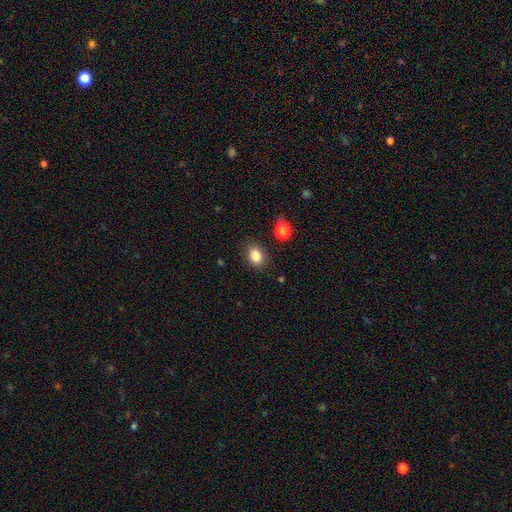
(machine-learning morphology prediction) This is clearly a smooth galaxy (84%). How rounded: likely in between (72%). Merging: clearly none (84%).